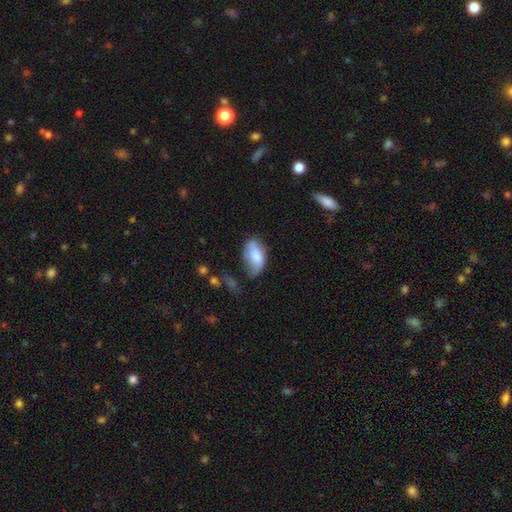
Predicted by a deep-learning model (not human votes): Smooth or featured: smooth — 67% (featured or disk — 26%)
How rounded: in between — 93% (round — 4%)
Merging: none — 41% (minor disturbance — 35%)